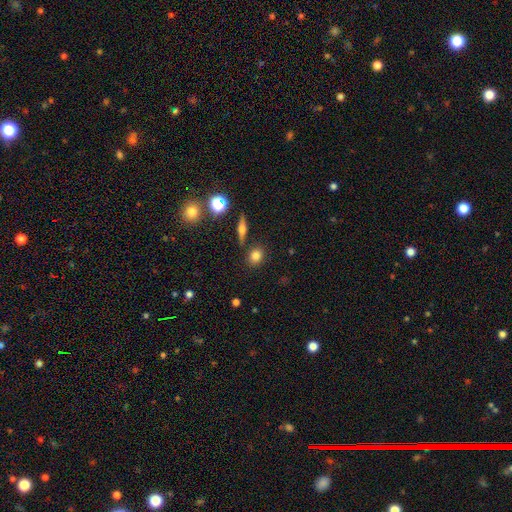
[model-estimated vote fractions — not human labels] Morphology: type=smooth (77%); roundness=round (65%); merging=none (81%).